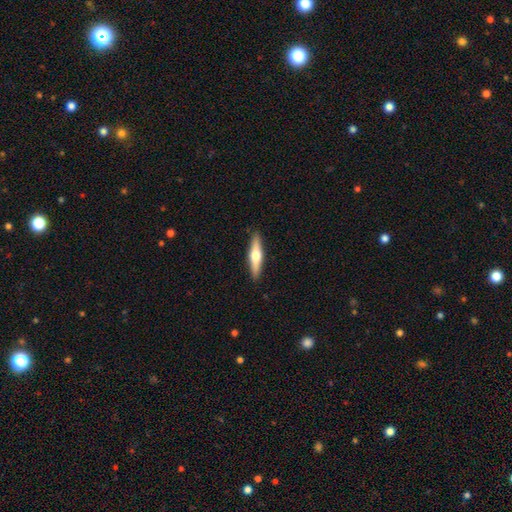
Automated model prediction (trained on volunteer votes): A featured or disk galaxy (52%) viewed edge-on (95%). Merging: none (91%).